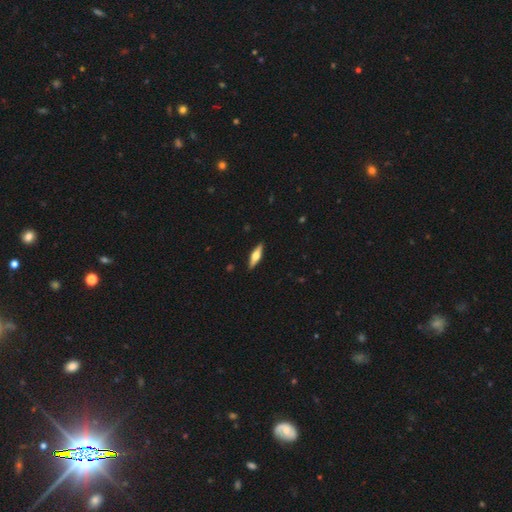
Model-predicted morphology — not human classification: type=featured or disk (62%); edge-on=yes (96%); edge-on bulge=rounded (93%); merging=none (91%).